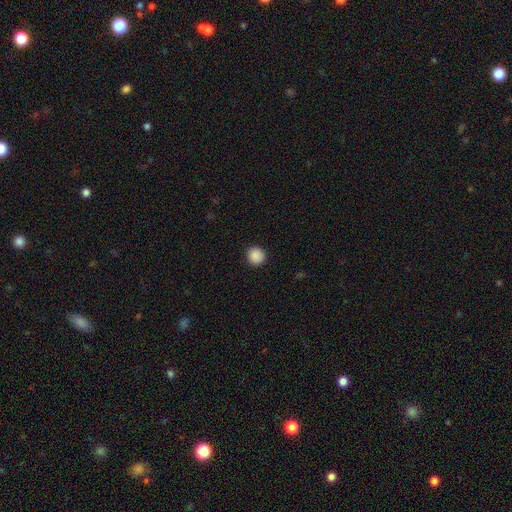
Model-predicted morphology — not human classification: Q: Smooth or featured?
A: smooth (89%); runner-up: star or artifact (9%)
Q: How rounded?
A: round (91%); runner-up: in between (8%)
Q: Merging?
A: none (91%); runner-up: minor disturbance (6%)